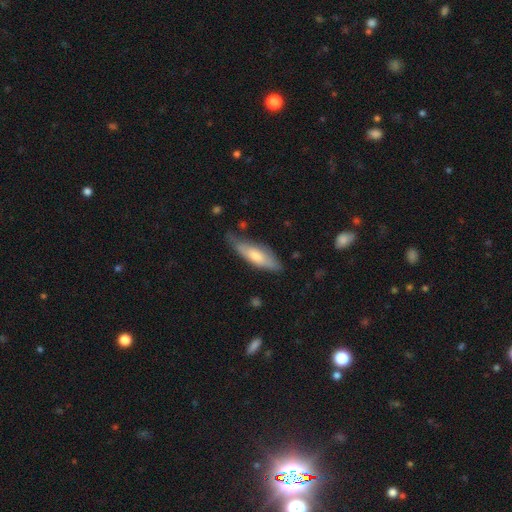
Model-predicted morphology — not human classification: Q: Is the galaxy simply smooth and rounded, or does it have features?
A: smooth — 58%.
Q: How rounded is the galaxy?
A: cigar-shaped — 54%.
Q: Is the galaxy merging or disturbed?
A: none — 63%.